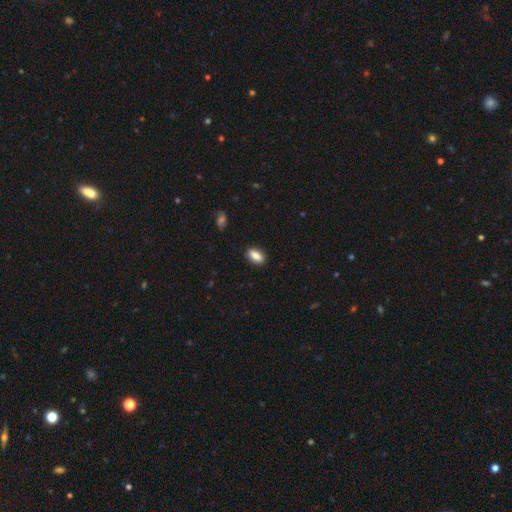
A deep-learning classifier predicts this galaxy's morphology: Smooth or featured: smooth — 87% (star or artifact — 8%)
How rounded: in between — 88% (cigar-shaped — 7%)
Merging: none — 87% (minor disturbance — 9%)